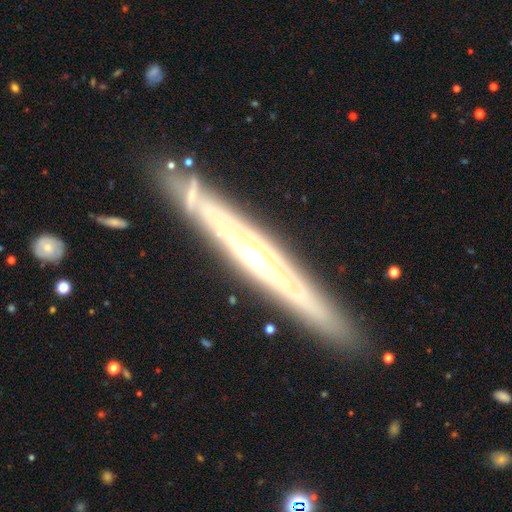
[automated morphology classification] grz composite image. It shows a featured or disk galaxy (80%) viewed edge-on (83%) with a rounded central bulge (51%). Merging: none (85%).